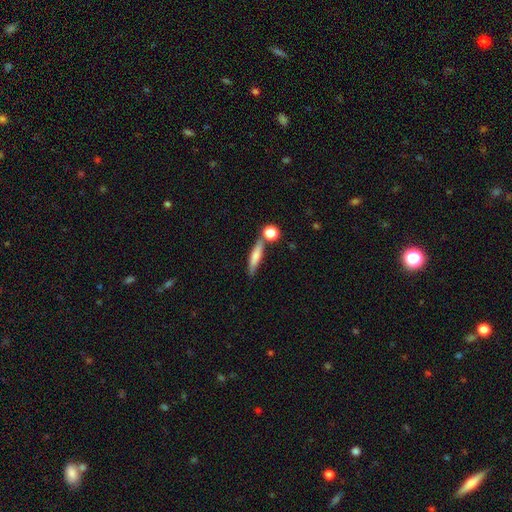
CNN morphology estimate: The model was most divided on "smooth or featured": smooth: 65%, featured or disk: 28%, star or artifact: 8%. More confident: how rounded — cigar-shaped (75%); merging — none (66%).